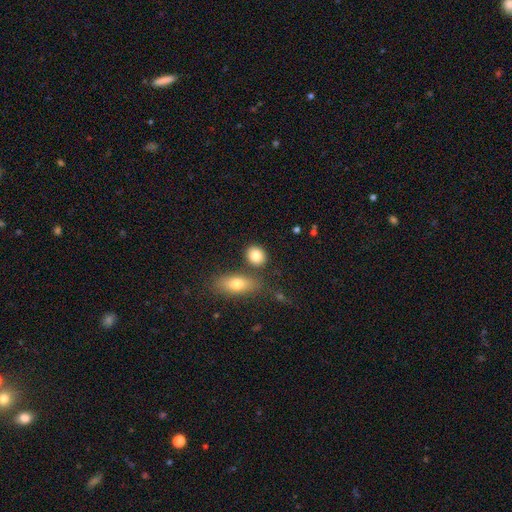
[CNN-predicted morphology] Q: Smooth or featured?
A: smooth (83%); runner-up: featured or disk (9%)
Q: How rounded?
A: round (53%); runner-up: in between (45%)
Q: Merging?
A: none (74%); runner-up: merger (12%)